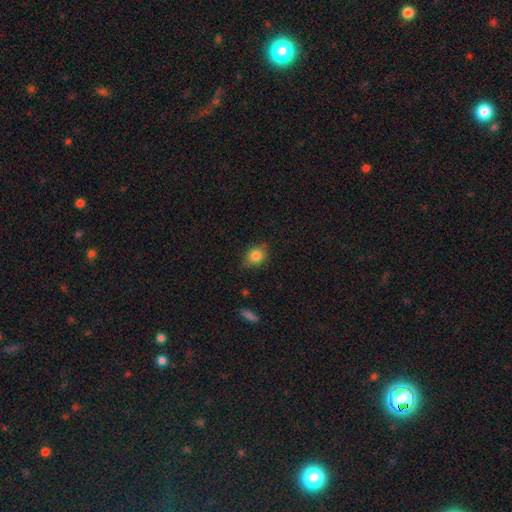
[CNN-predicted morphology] The model was most divided on "how rounded": round: 54%, in between: 45%, cigar-shaped: 2%. More confident: smooth or featured — smooth (83%); merging — none (74%).